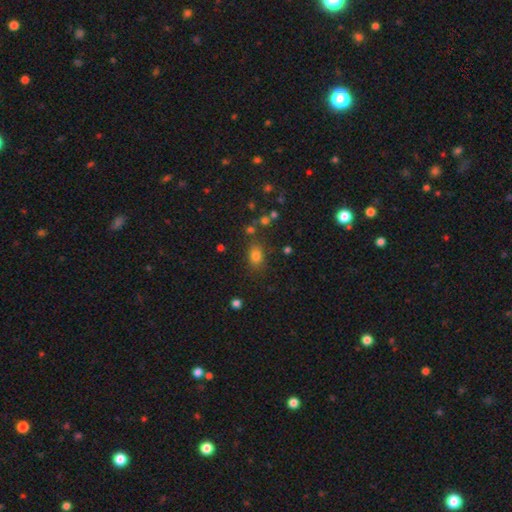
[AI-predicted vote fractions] Smooth or featured? smooth (77%)
How rounded? in between (68%)
Merging? none (75%)